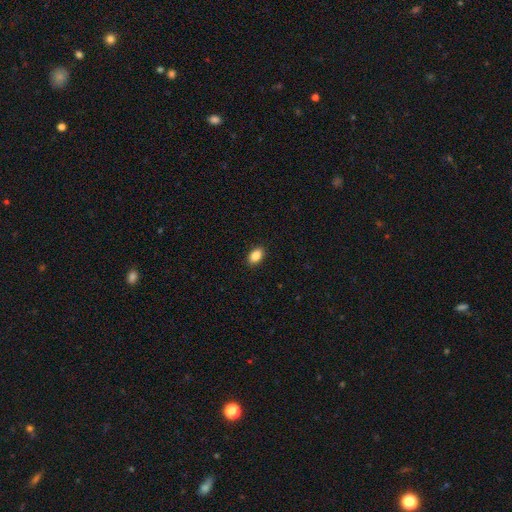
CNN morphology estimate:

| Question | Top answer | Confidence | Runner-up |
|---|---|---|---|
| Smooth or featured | smooth | 87% | star or artifact (8%) |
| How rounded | in between | 87% | round (11%) |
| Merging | none | 90% | minor disturbance (7%) |